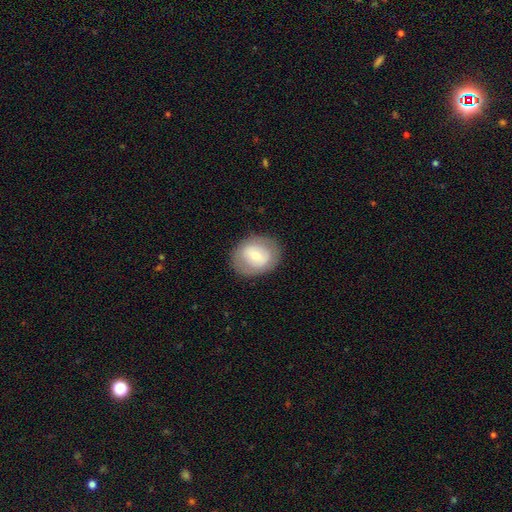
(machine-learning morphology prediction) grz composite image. It shows a smooth galaxy with no disk features (54%) that is round (57%). Merging: none (83%).